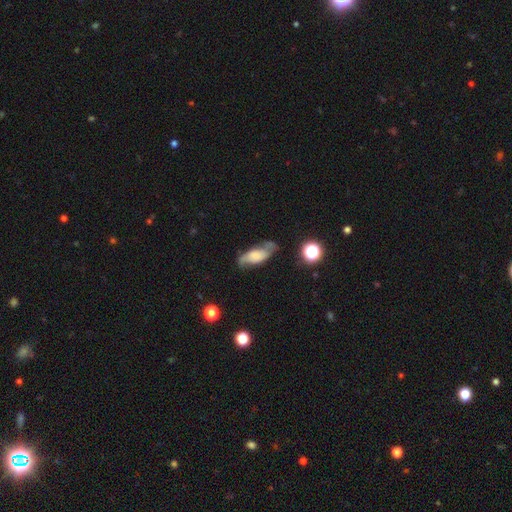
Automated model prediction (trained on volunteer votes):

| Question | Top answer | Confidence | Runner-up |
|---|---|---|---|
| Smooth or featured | featured or disk | 50% | smooth (40%) |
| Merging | none | 57% | minor disturbance (26%) |